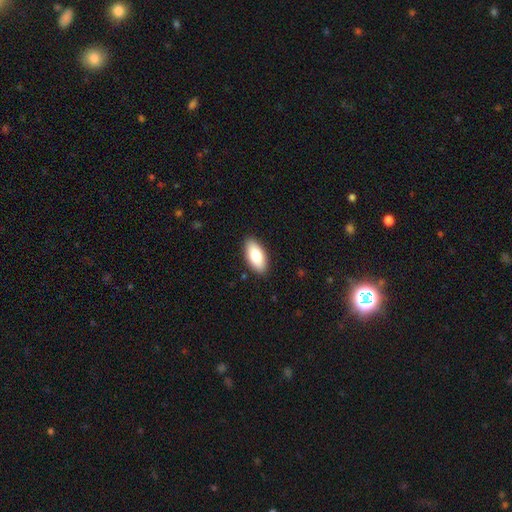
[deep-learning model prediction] The model was most divided on "smooth or featured": smooth: 79%, featured or disk: 14%, star or artifact: 6%. More confident: merging — none (90%); how rounded — in between (89%).